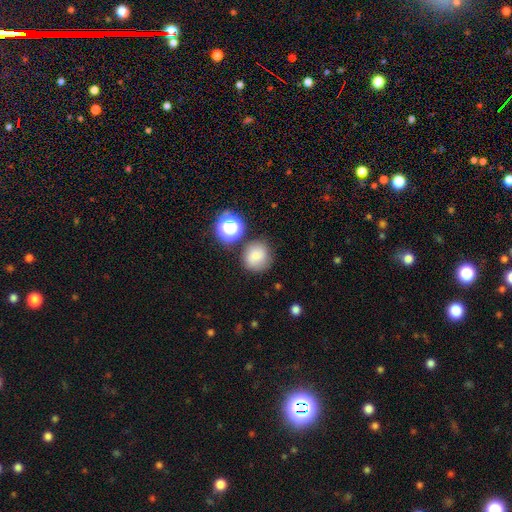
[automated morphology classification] Smooth or featured: smooth — 76% (star or artifact — 13%)
How rounded: round — 87% (in between — 12%)
Merging: none — 73% (minor disturbance — 14%)